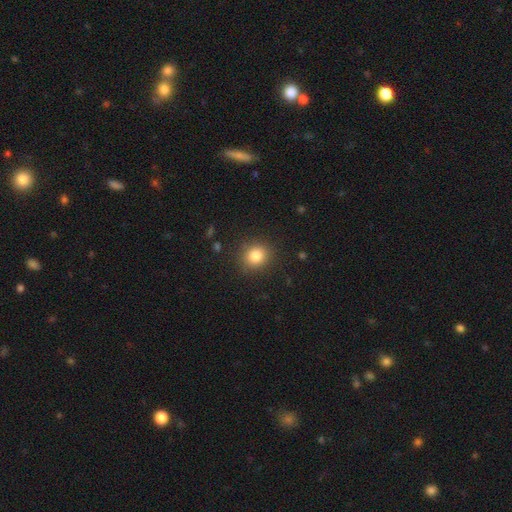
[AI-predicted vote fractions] This appears to be a smooth galaxy with no disk features (83%) that is round (82%). Merging: none (88%).